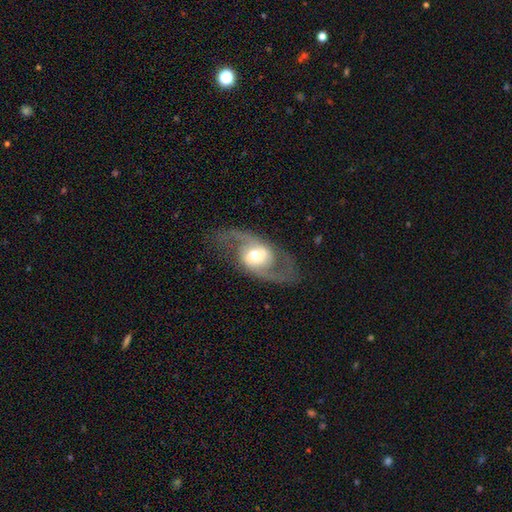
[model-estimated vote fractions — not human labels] Morphology: type=featured or disk (86%); edge-on=no (95%); bar=weak (43%); spiral arms=yes (93%); winding=medium (51%); arm count=2 (93%); bulge=moderate (63%); merging=none (78%).